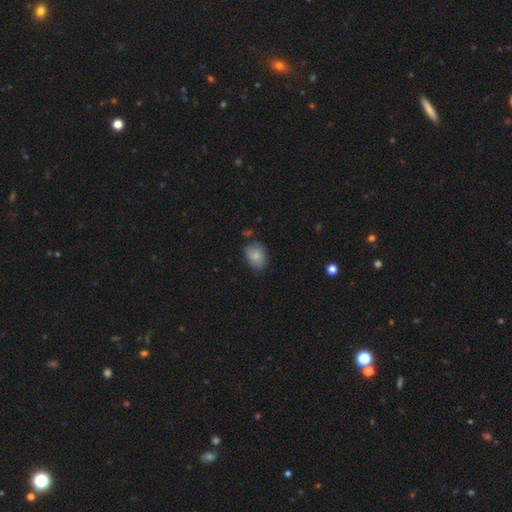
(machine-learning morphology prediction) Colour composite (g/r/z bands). It shows a smooth galaxy with no disk features (80%) that is in between round and cigar-shaped (62%). Merging: none (70%).